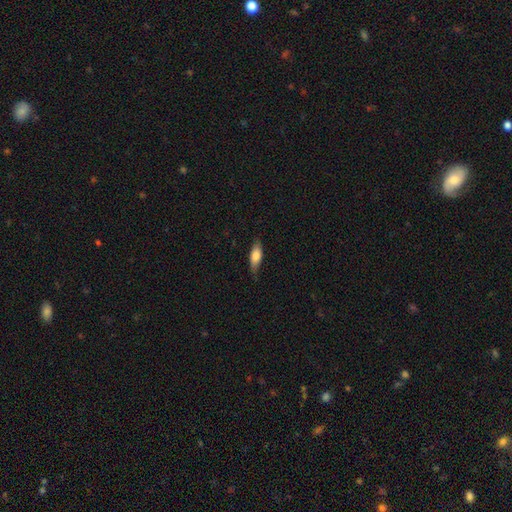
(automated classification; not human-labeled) The model was most divided on "how rounded": in between: 66%, cigar-shaped: 31%, round: 3%. More confident: smooth or featured — smooth (74%); merging — none (73%).